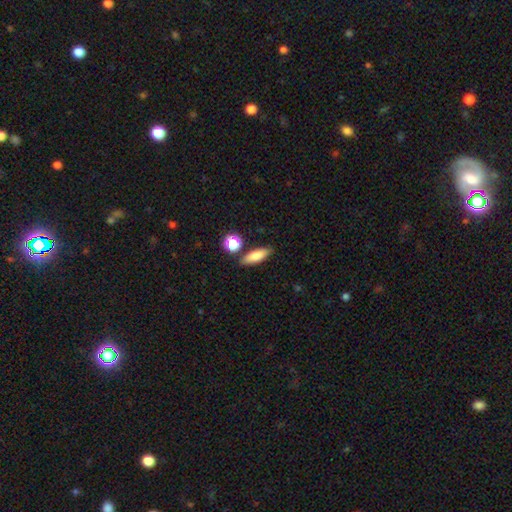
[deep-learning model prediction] Smooth or featured: smooth — 81% (featured or disk — 11%)
How rounded: in between — 63% (cigar-shaped — 32%)
Merging: none — 80% (minor disturbance — 10%)